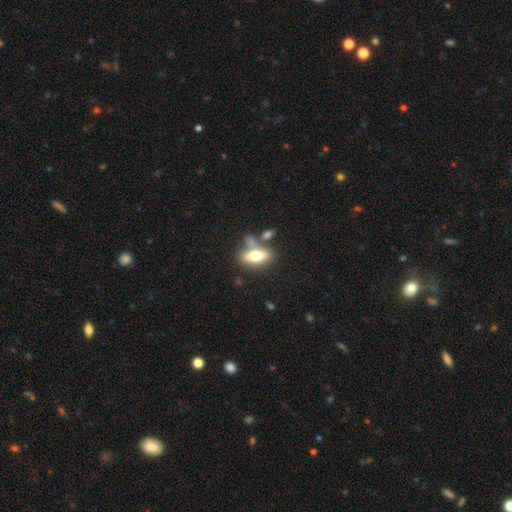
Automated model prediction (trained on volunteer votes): Q: Smooth or featured?
A: smooth (58%); runner-up: featured or disk (35%)
Q: How rounded?
A: in between (71%); runner-up: cigar-shaped (24%)
Q: Merging?
A: none (52%); runner-up: merger (26%)